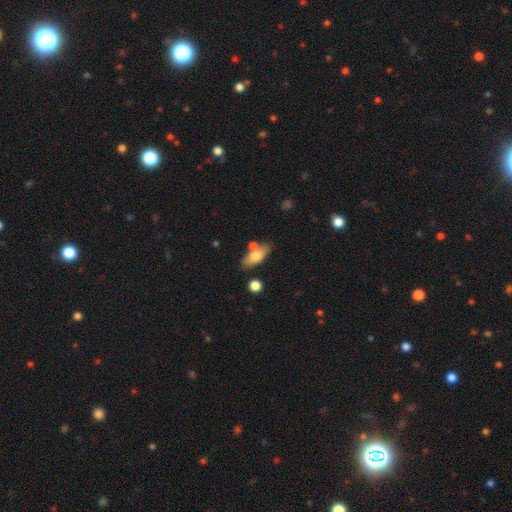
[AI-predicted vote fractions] Q: Smooth or featured?
A: smooth (75%); runner-up: featured or disk (19%)
Q: How rounded?
A: in between (79%); runner-up: cigar-shaped (18%)
Q: Merging?
A: none (68%); runner-up: minor disturbance (15%)